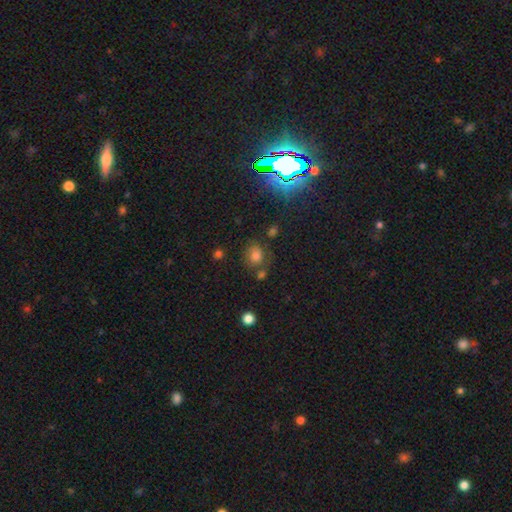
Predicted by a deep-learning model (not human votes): Smooth or featured? smooth (68%)
How rounded? round (69%)
Merging? none (65%)